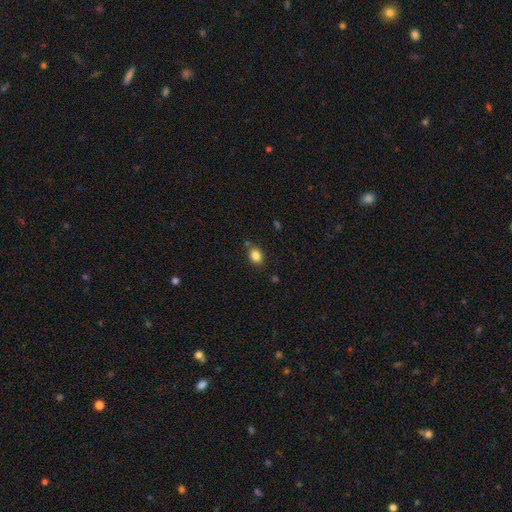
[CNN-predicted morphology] Overall: smooth (85%). How rounded: in between (62%; round 36%). Merging: none (79%).